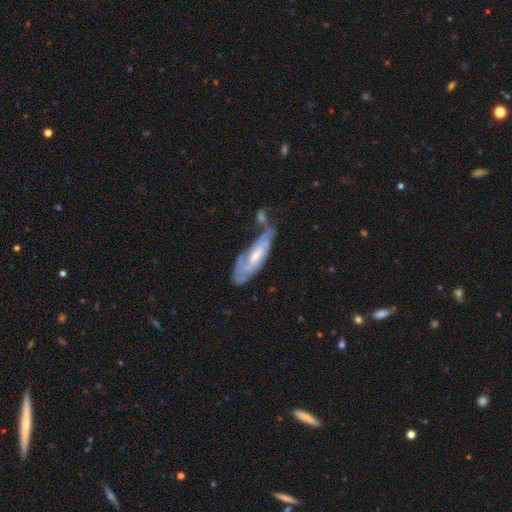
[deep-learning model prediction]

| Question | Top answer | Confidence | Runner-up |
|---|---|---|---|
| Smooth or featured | featured or disk | 66% | smooth (28%) |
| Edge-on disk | no | 79% | yes (21%) |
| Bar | no | 52% | weak (38%) |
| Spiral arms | yes | 74% | no (26%) |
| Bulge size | moderate | 52% | small (31%) |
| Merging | none | 31% | minor disturbance (27%) |